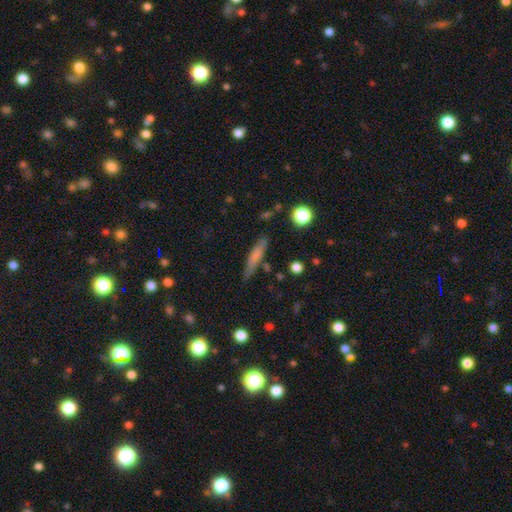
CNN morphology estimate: Overall: smooth (68%). How rounded: cigar-shaped (88%). Merging: none (77%).